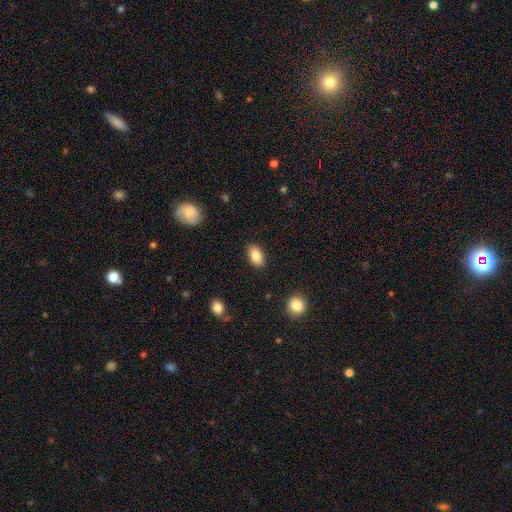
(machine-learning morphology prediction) This appears to be a smooth galaxy with no disk features (87%) that is in between round and cigar-shaped (92%). Merging: none (88%).